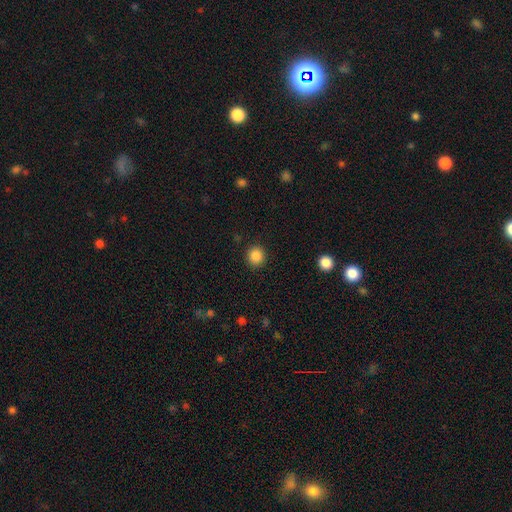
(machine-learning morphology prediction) A smooth galaxy with no disk features (86%) that is round (90%).

Vote fractions:
- Smooth or featured? smooth: 86% / star or artifact: 10% / featured or disk: 3%
- How rounded? round: 90% / in between: 9% / cigar-shaped: 1%
- Merging? none: 91% / minor disturbance: 6% / major disturbance: 2% / merger: 1%